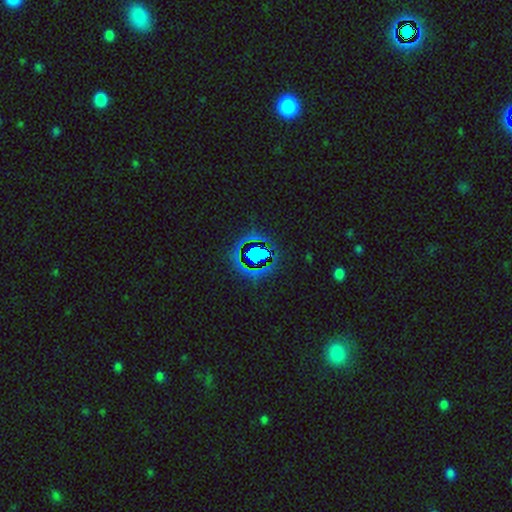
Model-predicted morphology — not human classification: smooth_or_featured: star or artifact (p=0.68) [alt: smooth p=0.19]